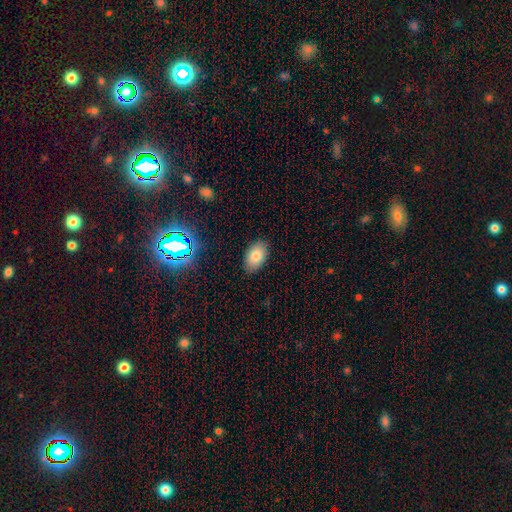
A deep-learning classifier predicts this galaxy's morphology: smooth-or-featured: smooth: 81% | featured or disk: 10% | star or artifact: 10%
  how-rounded: in between: 91% | round: 7% | cigar-shaped: 1%
  merging: none: 87% | minor disturbance: 10% | major disturbance: 2% | merger: 1%